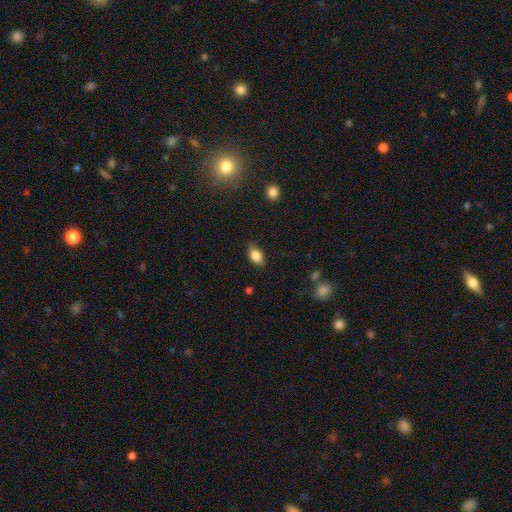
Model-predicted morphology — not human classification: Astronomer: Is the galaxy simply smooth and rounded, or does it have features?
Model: smooth — 83%.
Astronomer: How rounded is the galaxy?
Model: in between — 85%.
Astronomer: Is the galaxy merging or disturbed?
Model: none — 81%.